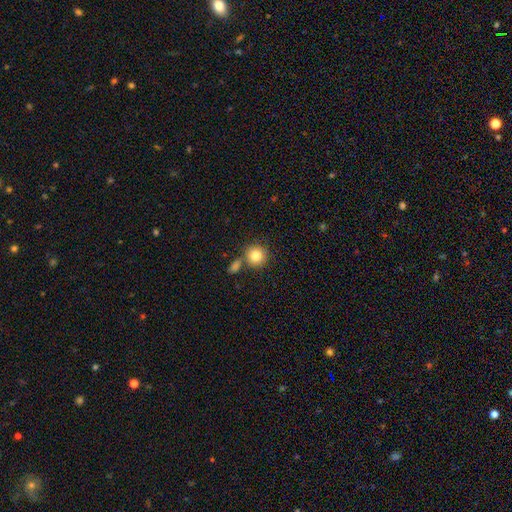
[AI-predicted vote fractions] smooth-or-featured: smooth: 83% | star or artifact: 9% | featured or disk: 8%
  how-rounded: round: 90% | in between: 10% | cigar-shaped: 1%
  merging: none: 65% | merger: 20% | minor disturbance: 11% | major disturbance: 4%